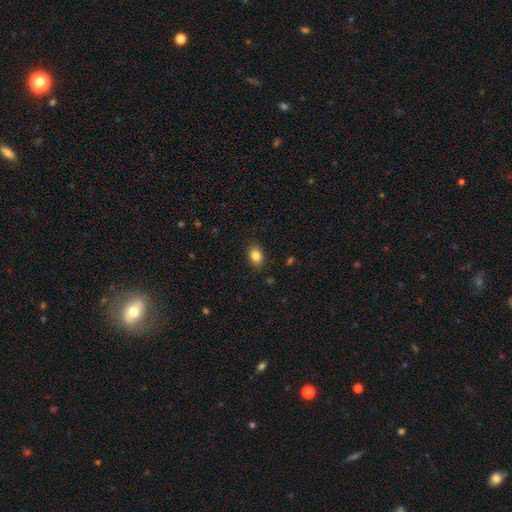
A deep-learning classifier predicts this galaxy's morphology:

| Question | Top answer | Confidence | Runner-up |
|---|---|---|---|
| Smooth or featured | smooth | 84% | star or artifact (9%) |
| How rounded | in between | 79% | round (19%) |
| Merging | none | 86% | minor disturbance (11%) |